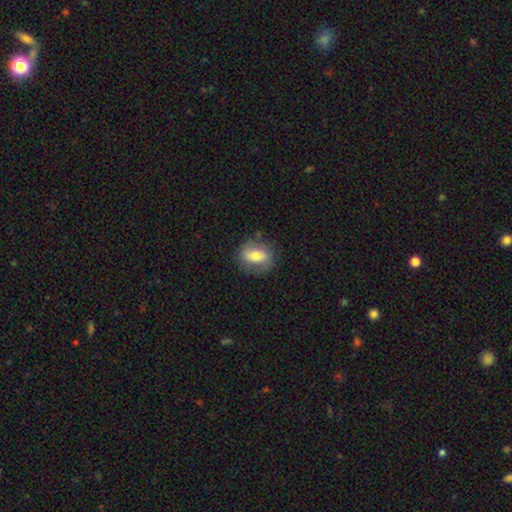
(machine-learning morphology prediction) Overall: smooth (57%; featured or disk 36%). How rounded: in between (51%; round 47%). Merging: none (76%).